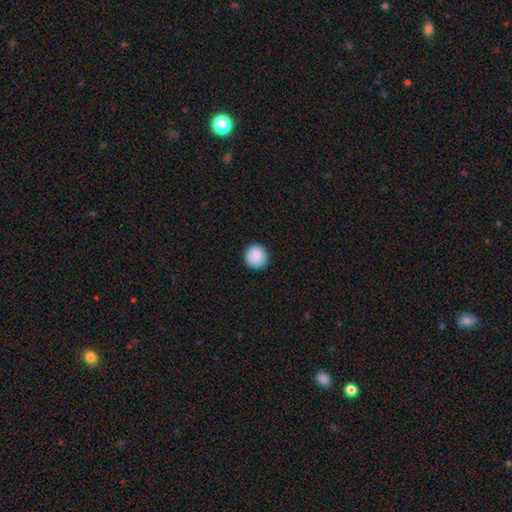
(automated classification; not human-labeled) A smooth galaxy with no disk features (87%) that is round (95%).

Vote fractions:
- Smooth or featured? smooth: 87% / star or artifact: 8% / featured or disk: 6%
- How rounded? round: 95% / in between: 4% / cigar-shaped: 1%
- Merging? none: 90% / minor disturbance: 7% / major disturbance: 2% / merger: 1%